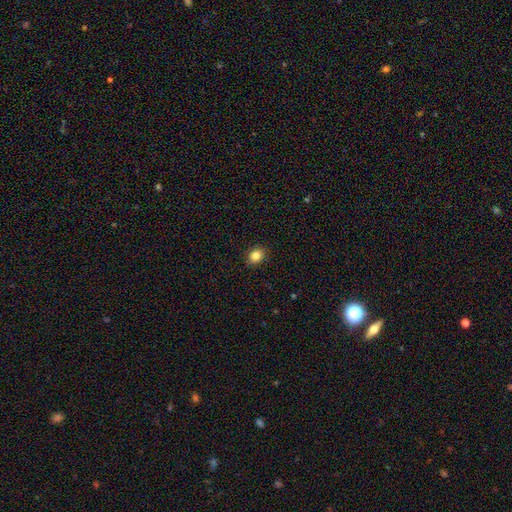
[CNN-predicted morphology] smooth_or_featured: smooth (p=0.84) [alt: star or artifact p=0.10]
how_rounded: round (p=0.50) [alt: in between p=0.49]
merging: none (p=0.90) [alt: minor disturbance p=0.08]